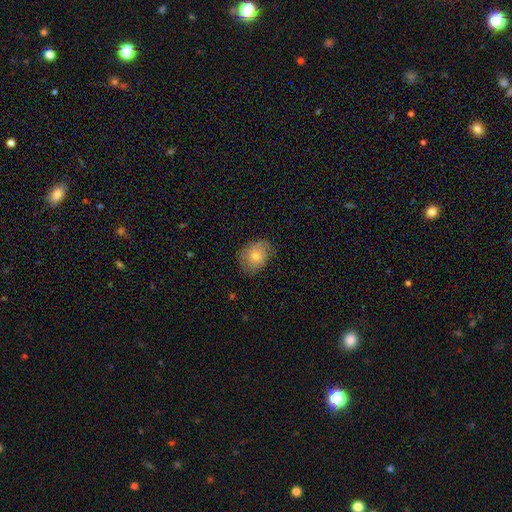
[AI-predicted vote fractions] This is possibly a smooth galaxy (57%). How rounded: possibly in between (53%). Merging: likely none (70%).